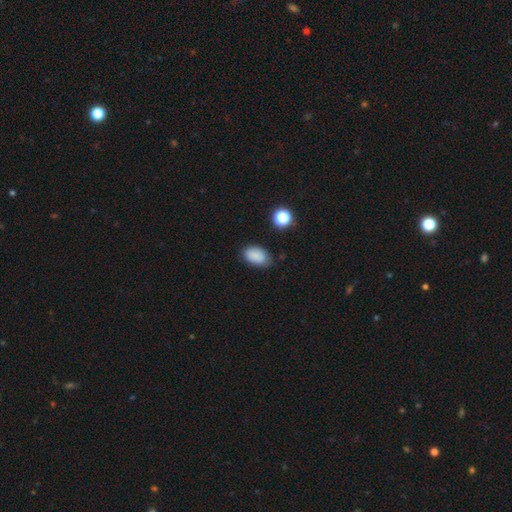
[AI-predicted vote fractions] Morphology: type=smooth (85%); roundness=in between (90%); merging=none (75%).